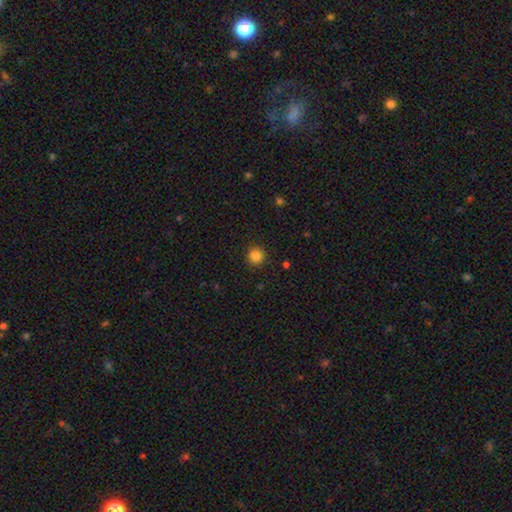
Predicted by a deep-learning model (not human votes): Q: Smooth or featured?
A: smooth (84%); runner-up: star or artifact (12%)
Q: How rounded?
A: round (95%); runner-up: in between (4%)
Q: Merging?
A: none (91%); runner-up: minor disturbance (6%)